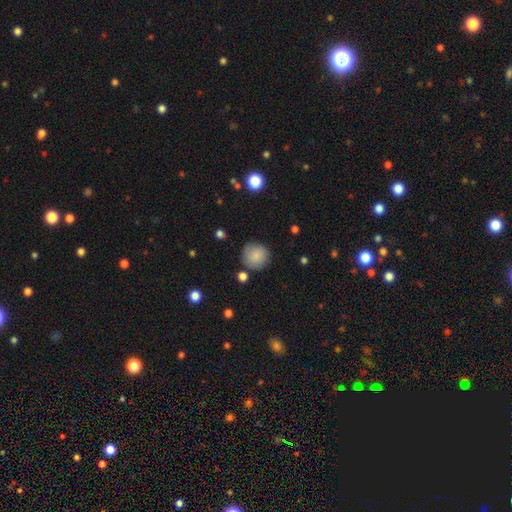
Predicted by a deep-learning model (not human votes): The model was most divided on "merging": none: 83%, minor disturbance: 11%, merger: 3%, major disturbance: 3%. More confident: how rounded — round (92%); smooth or featured — smooth (86%).